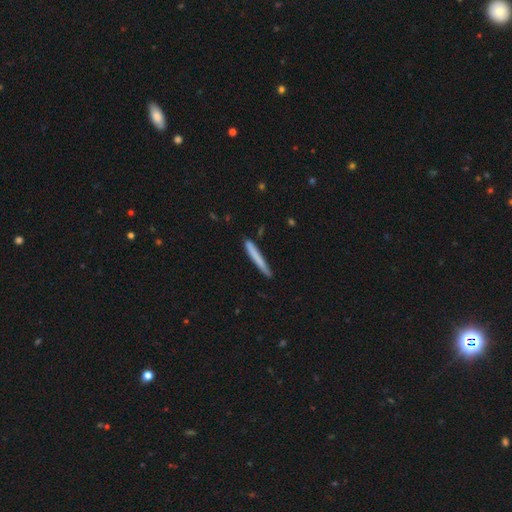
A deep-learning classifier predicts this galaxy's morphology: Overall: smooth (73%). How rounded: cigar-shaped (97%). Merging: none (87%).